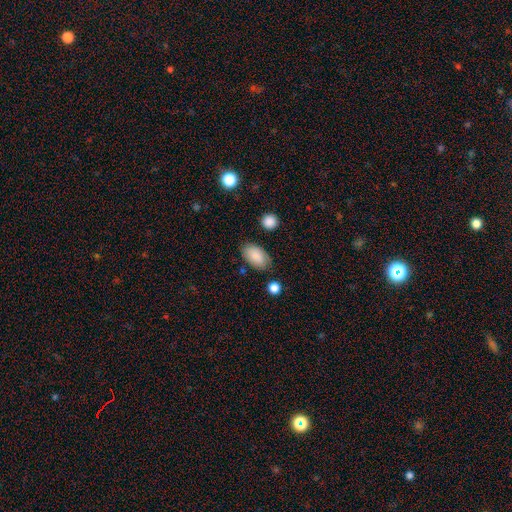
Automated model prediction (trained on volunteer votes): Overall: smooth (84%). How rounded: in between (94%). Merging: none (80%).